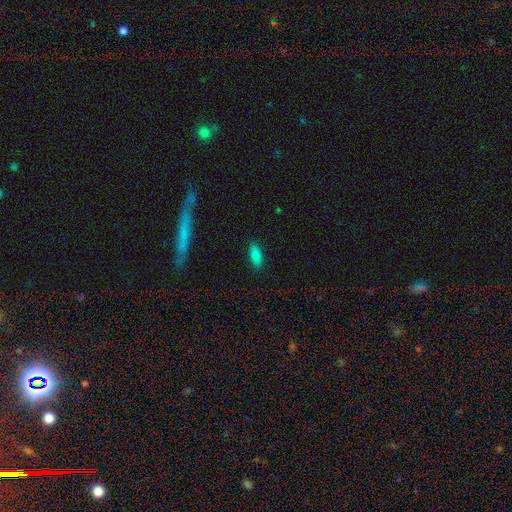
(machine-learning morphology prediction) smooth_or_featured: smooth (p=0.79) [alt: featured or disk p=0.12]
how_rounded: in between (p=0.77) [alt: cigar-shaped p=0.20]
merging: none (p=0.86) [alt: minor disturbance p=0.10]